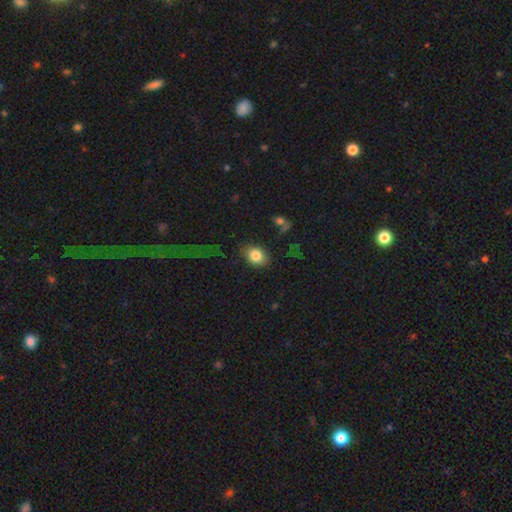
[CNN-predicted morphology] This is clearly a smooth galaxy (82%). How rounded: likely in between (67%). Merging: likely none (80%).